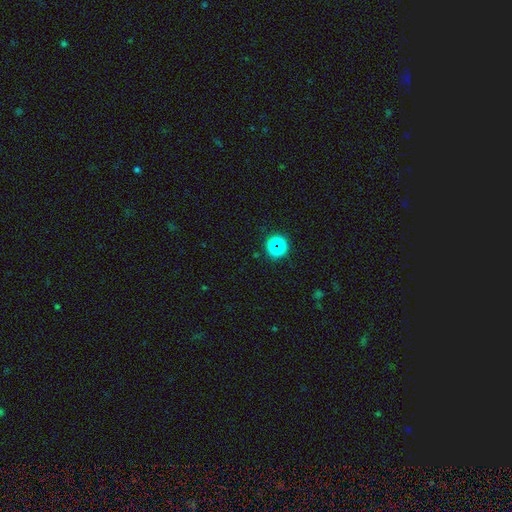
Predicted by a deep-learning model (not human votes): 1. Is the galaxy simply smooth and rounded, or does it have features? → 71% star or artifact, 21% smooth, 7% featured or disk.